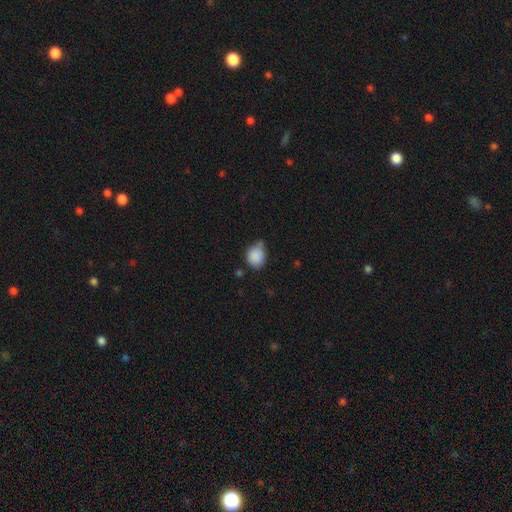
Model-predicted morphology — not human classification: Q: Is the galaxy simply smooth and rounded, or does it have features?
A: smooth — 86%.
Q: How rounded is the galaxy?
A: round — 64%.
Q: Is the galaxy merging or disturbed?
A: none — 47%.